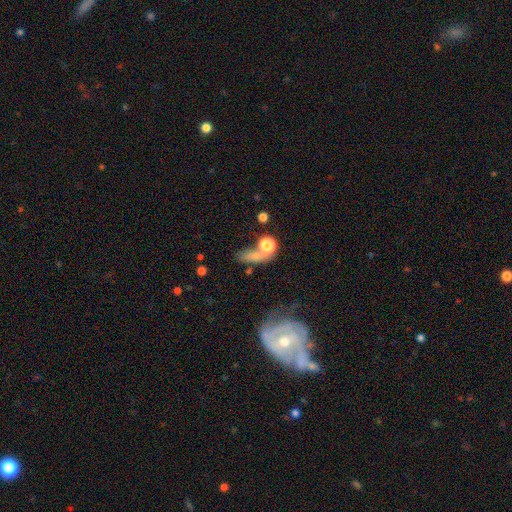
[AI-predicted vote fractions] Overall: smooth (66%). How rounded: in between (41%; round 38%). Merging: none (47%; merger 23%).